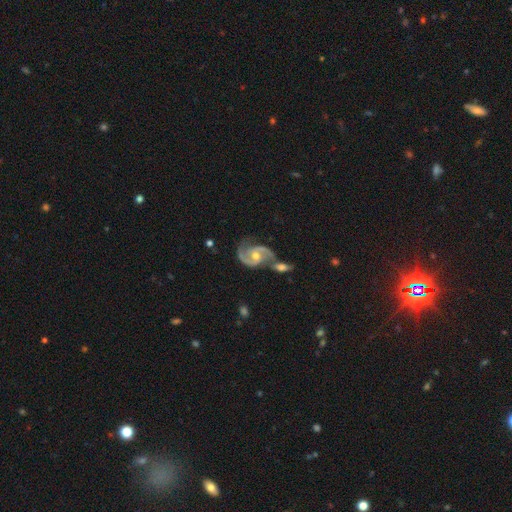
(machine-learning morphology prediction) smooth-or-featured: featured or disk: 92% | smooth: 4% | star or artifact: 4%
  disk-edge-on: no: 98% | yes: 2%
    bar: no: 52% | weak: 37% | strong: 11%
    has-spiral-arms: yes: 98% | no: 2%
      spiral-winding: medium: 60% | tight: 22% | loose: 18%
      spiral-arm-count: 2: 92% | can't tell: 2% | 3: 2% | 1: 2% | 4: 1% | more than 4: 1%
    bulge-size: moderate: 66% | small: 30% | large: 3% | none: 1% | dominant: 1%
  merging: merger: 40% | none: 37% | minor disturbance: 15% | major disturbance: 8%